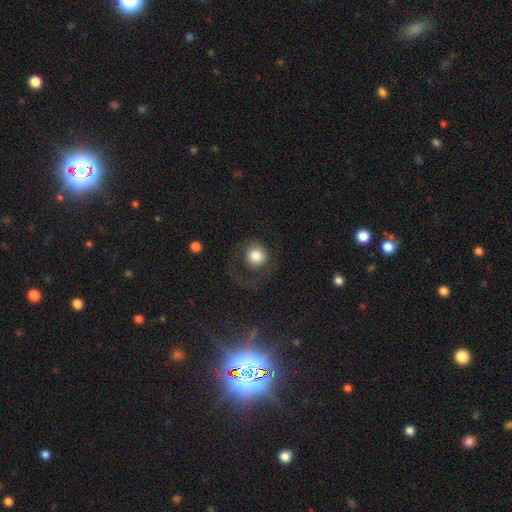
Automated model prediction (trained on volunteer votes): Smooth or featured? Predicted: smooth (p=0.73). How rounded? Predicted: round (p=0.89). Merging? Predicted: none (p=0.51).